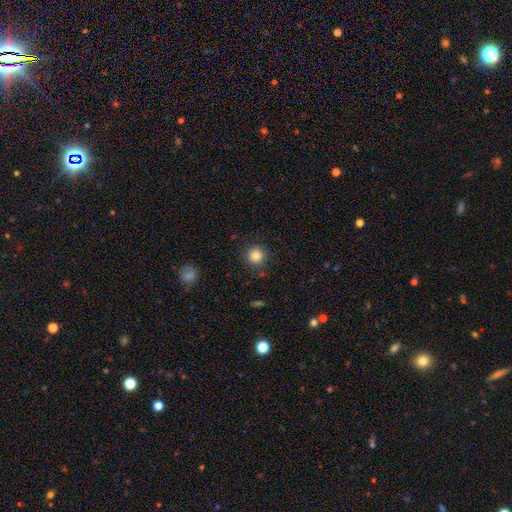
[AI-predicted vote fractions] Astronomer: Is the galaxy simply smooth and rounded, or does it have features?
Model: smooth — 84%.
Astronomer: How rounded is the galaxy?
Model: round — 92%.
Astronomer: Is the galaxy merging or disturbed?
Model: none — 86%.